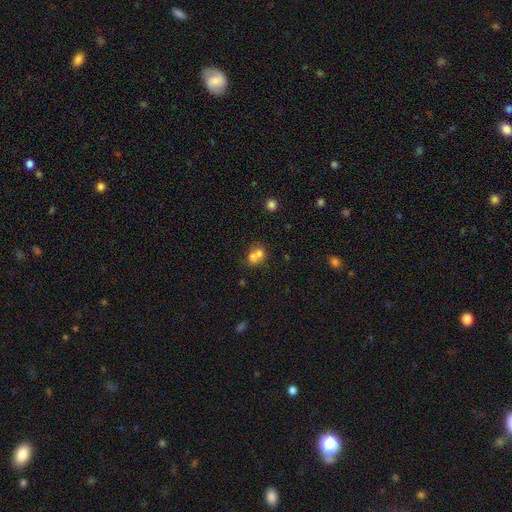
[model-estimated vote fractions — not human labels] This is likely a smooth galaxy (68%). How rounded: likely round (66%). Merging: likely merger (66%).